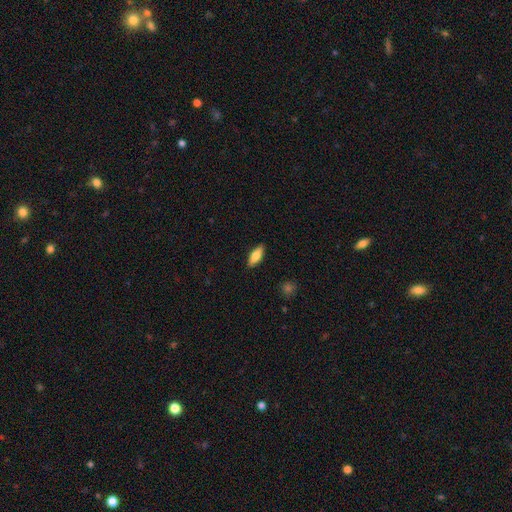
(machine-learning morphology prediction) smooth-or-featured: smooth: 71% | featured or disk: 23% | star or artifact: 6%
  how-rounded: in between: 69% | cigar-shaped: 28% | round: 3%
  merging: none: 89% | minor disturbance: 9% | major disturbance: 2% | merger: 1%